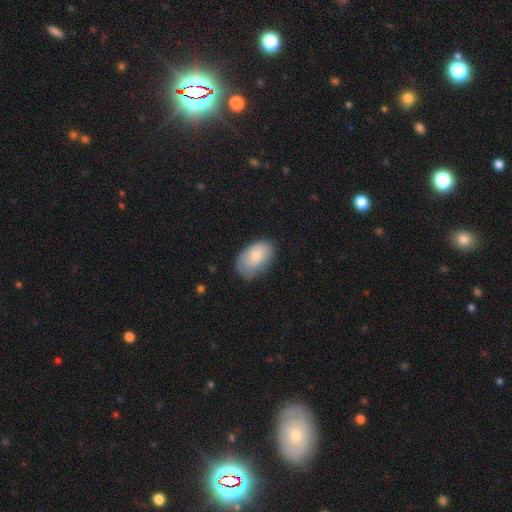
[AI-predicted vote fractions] This is likely a smooth galaxy (75%). How rounded: clearly in between (90%). Merging: likely none (62%).